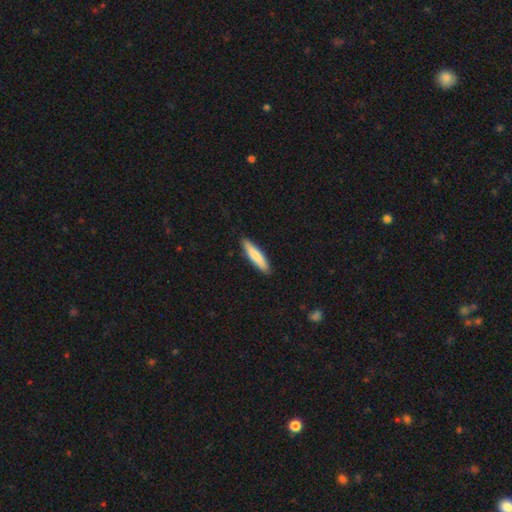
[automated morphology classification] Overall: smooth (80%). How rounded: cigar-shaped (84%). Merging: none (90%).